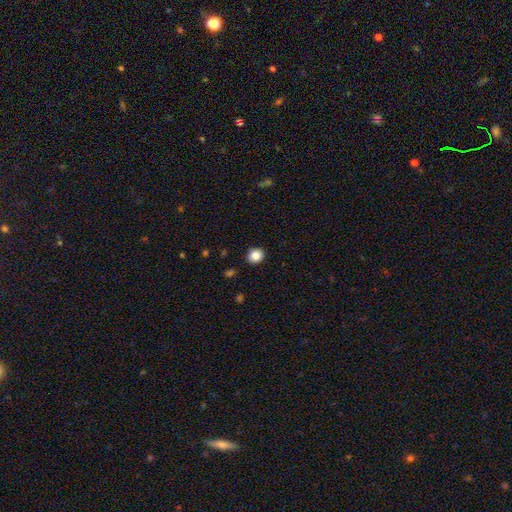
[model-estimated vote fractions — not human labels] Smooth or featured: smooth — 85% (star or artifact — 10%)
How rounded: round — 80% (in between — 19%)
Merging: none — 91% (minor disturbance — 6%)